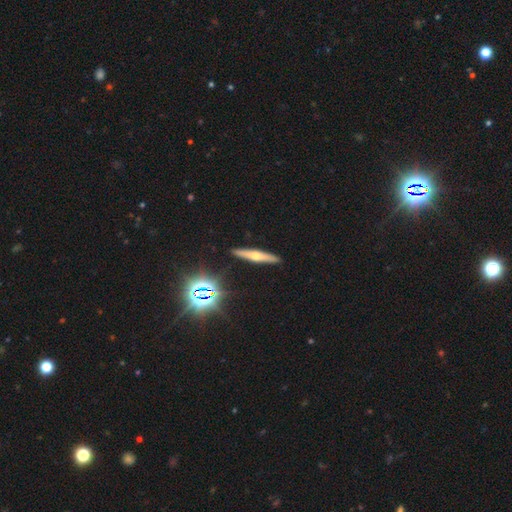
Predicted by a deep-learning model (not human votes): The model was most divided on "smooth or featured": featured or disk: 54%, smooth: 35%, star or artifact: 11%. More confident: edge-on disk — yes (95%); merging — none (91%); edge-on bulge — rounded (88%).